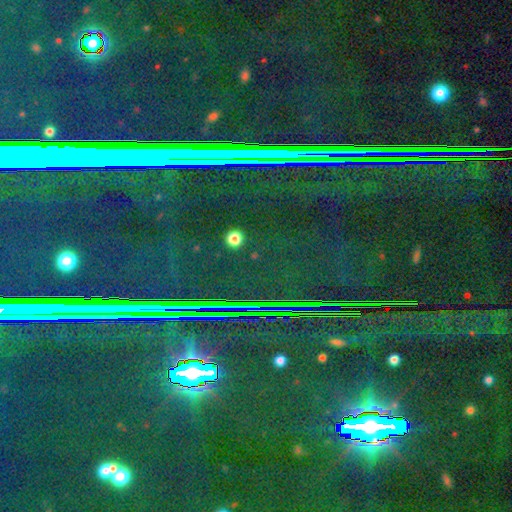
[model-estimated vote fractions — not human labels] Smooth or featured?
  - star or artifact: 87% *
  - featured or disk: 7%
  - smooth: 6%